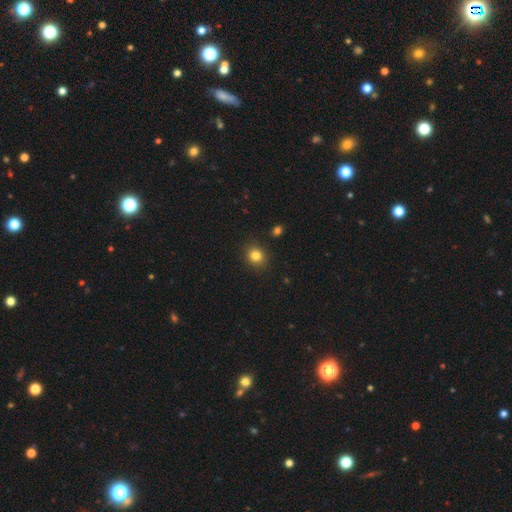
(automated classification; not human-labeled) Smooth or featured?
  - smooth: 83% *
  - star or artifact: 12%
  - featured or disk: 6%
How rounded?
  - round: 75% *
  - in between: 24%
  - cigar-shaped: 1%
Merging?
  - none: 88% *
  - minor disturbance: 8%
  - major disturbance: 2%
  - merger: 2%